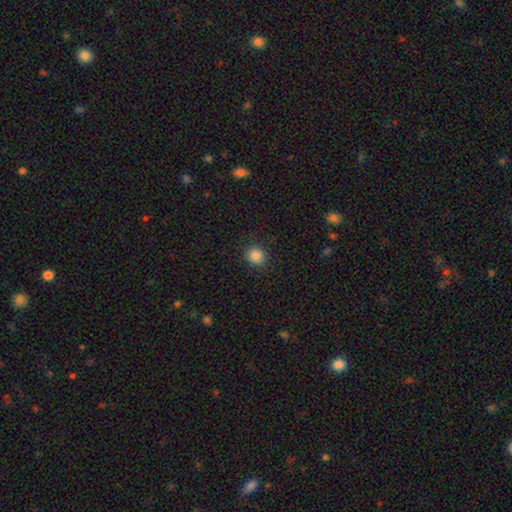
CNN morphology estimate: Smooth or featured? smooth (85%)
How rounded? round (83%)
Merging? none (89%)